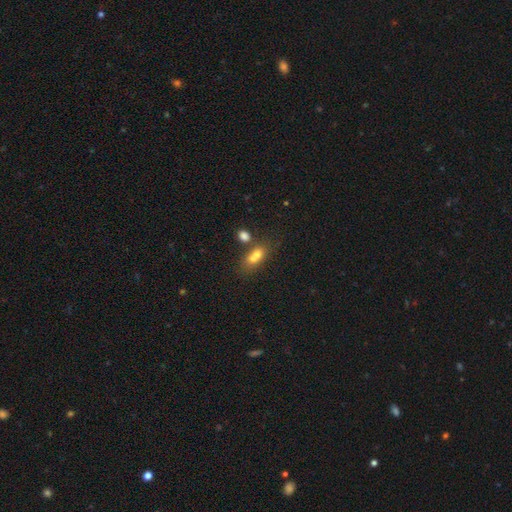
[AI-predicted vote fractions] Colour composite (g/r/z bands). It shows a smooth galaxy with no disk features (68%) that is in between round and cigar-shaped (66%). Merging: merger (52%).